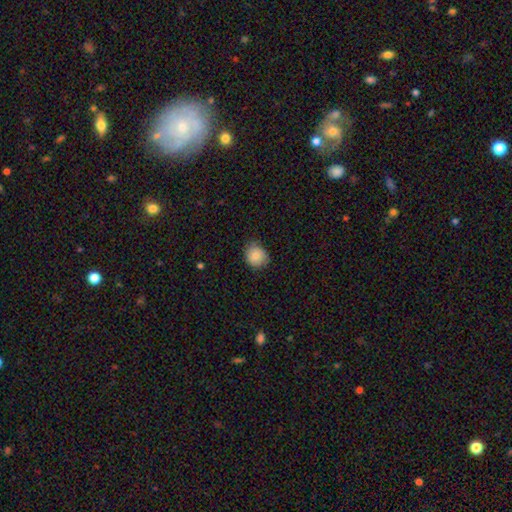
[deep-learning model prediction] This is clearly a smooth galaxy (83%). How rounded: likely round (78%). Merging: likely none (69%).